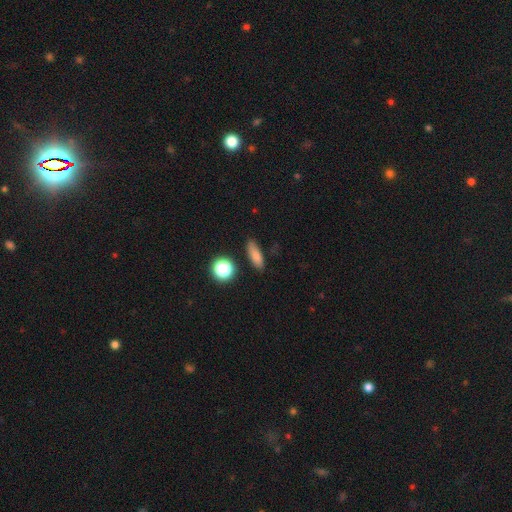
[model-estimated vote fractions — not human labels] Q: Smooth or featured?
A: smooth (79%); runner-up: star or artifact (12%)
Q: How rounded?
A: in between (50%); runner-up: cigar-shaped (40%)
Q: Merging?
A: none (81%); runner-up: minor disturbance (13%)